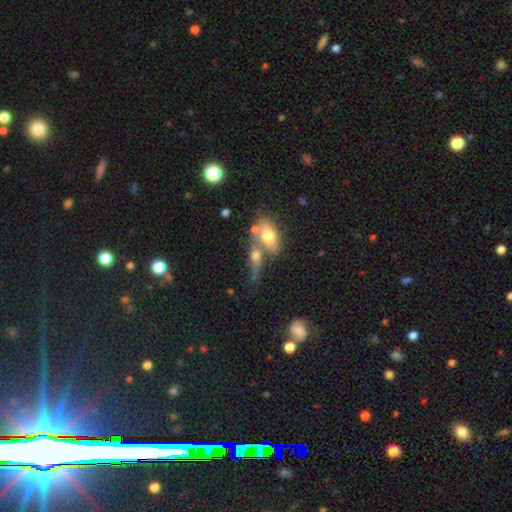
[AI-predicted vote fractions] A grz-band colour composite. It shows a smooth galaxy with no disk features (57%) that is in between round and cigar-shaped (68%). Merging: merger (52%).